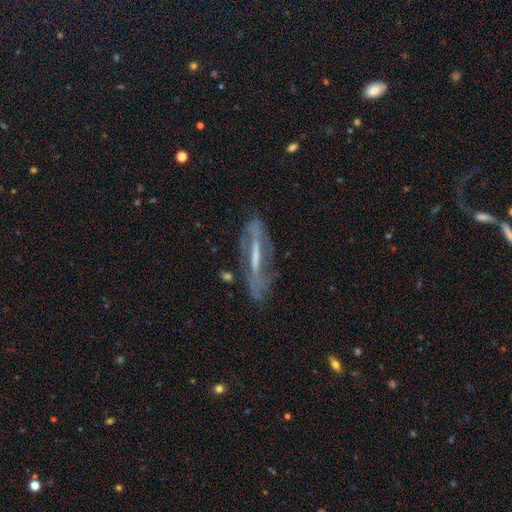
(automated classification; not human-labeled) This is likely a featured or disk galaxy (73%). It is possibly not viewed edge-on (56%). Merging: likely none (70%).